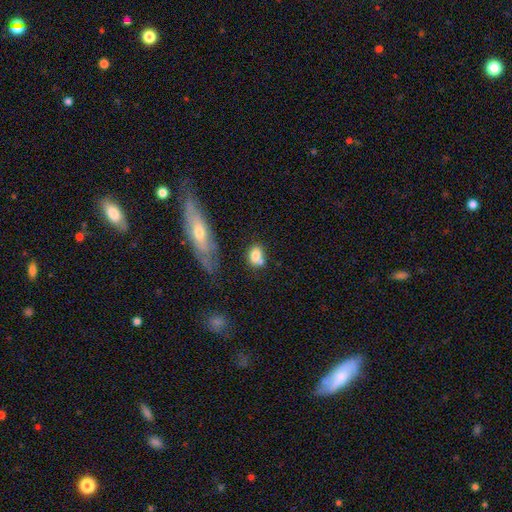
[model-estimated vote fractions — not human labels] smooth_or_featured: smooth (p=0.76) [alt: featured or disk p=0.15]
how_rounded: in between (p=0.62) [alt: round p=0.35]
merging: none (p=0.46) [alt: merger p=0.32]